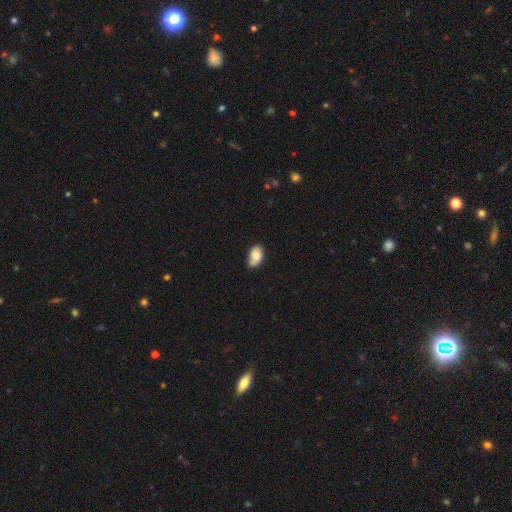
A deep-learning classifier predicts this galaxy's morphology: smooth_or_featured: smooth (p=0.78) [alt: featured or disk p=0.14]
how_rounded: in between (p=0.89) [alt: round p=0.09]
merging: none (p=0.54) [alt: minor disturbance p=0.34]